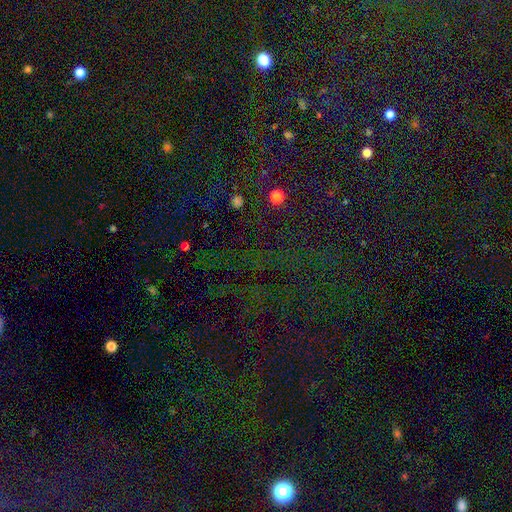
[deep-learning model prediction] The model was most divided on "smooth or featured": star or artifact: 78%, smooth: 13%, featured or disk: 8%.